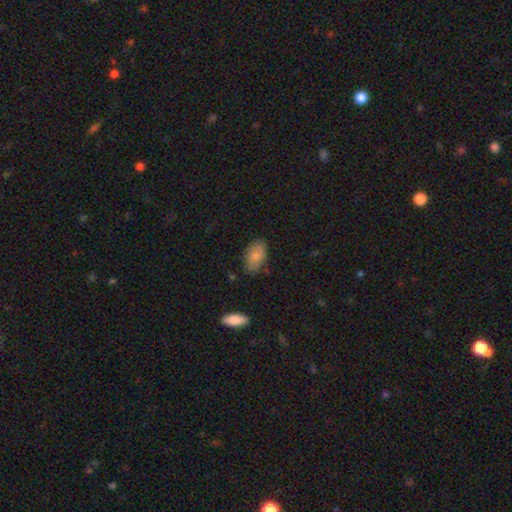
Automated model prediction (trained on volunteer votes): smooth-or-featured: smooth: 81% | featured or disk: 12% | star or artifact: 7%
  how-rounded: in between: 93% | round: 5% | cigar-shaped: 2%
  merging: none: 74% | minor disturbance: 19% | major disturbance: 4% | merger: 2%